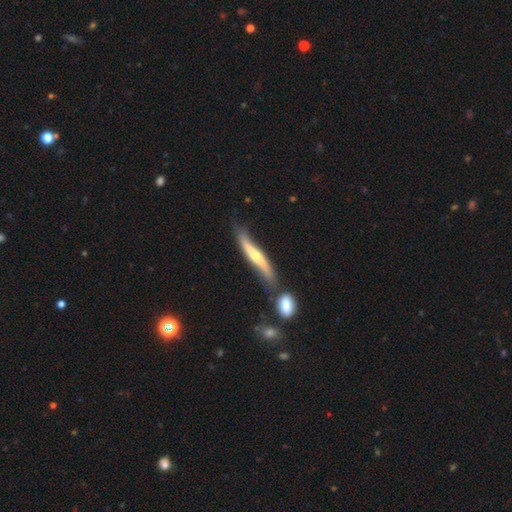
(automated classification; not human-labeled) Smooth or featured: featured or disk — 66% (smooth — 28%)
Edge-on disk: yes — 81% (no — 19%)
Edge-on bulge: rounded — 85% (none — 11%)
Merging: none — 60% (minor disturbance — 21%)